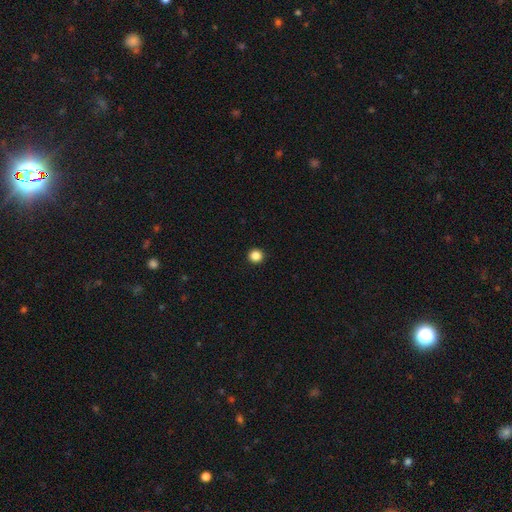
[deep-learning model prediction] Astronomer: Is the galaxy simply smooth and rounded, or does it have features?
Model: smooth — 86%.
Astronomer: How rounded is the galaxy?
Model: round — 96%.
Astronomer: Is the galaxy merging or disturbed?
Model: none — 94%.